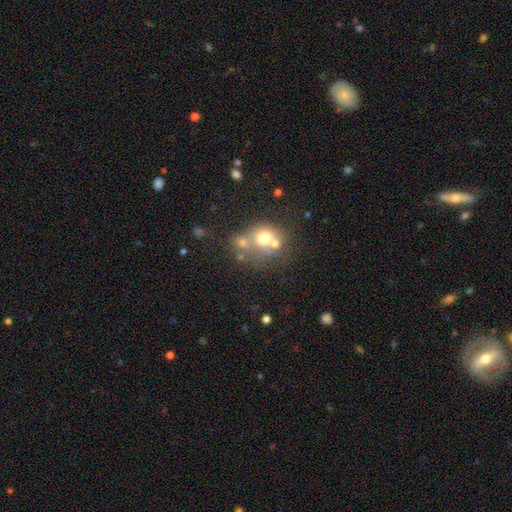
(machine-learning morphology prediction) Smooth or featured? Predicted: smooth (p=0.54). How rounded? Predicted: round (p=0.71). Merging? Predicted: merger (p=0.49).